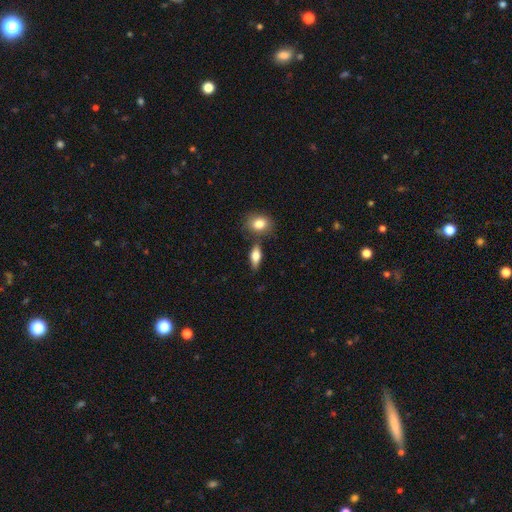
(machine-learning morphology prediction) A smooth galaxy with no disk features (73%) that is in between round and cigar-shaped (77%).

Vote fractions:
- Smooth or featured? smooth: 73% / featured or disk: 20% / star or artifact: 7%
- How rounded? in between: 77% / cigar-shaped: 16% / round: 7%
- Merging? none: 69% / minor disturbance: 14% / merger: 13% / major disturbance: 4%